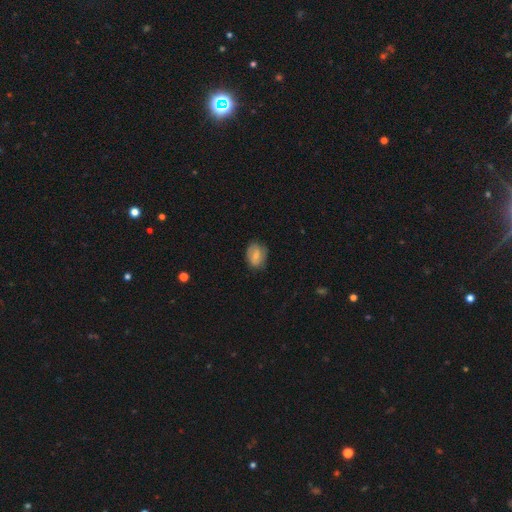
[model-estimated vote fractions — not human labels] This appears to be a smooth galaxy with no disk features (61%) that is in between round and cigar-shaped (67%). Merging: none (74%).